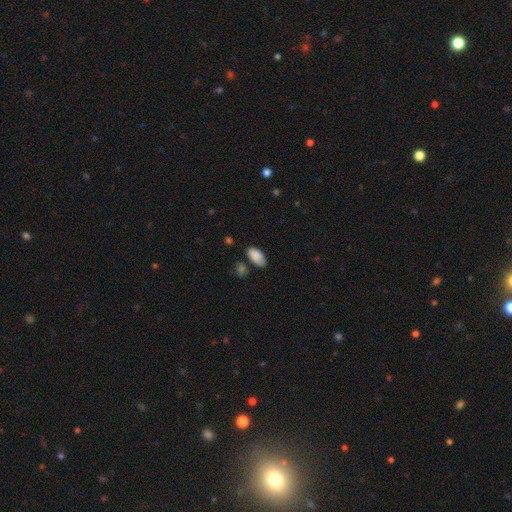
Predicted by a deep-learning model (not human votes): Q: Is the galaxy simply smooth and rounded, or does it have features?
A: smooth — 87%.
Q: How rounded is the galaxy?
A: in between — 94%.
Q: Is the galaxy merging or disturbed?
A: none — 66%.